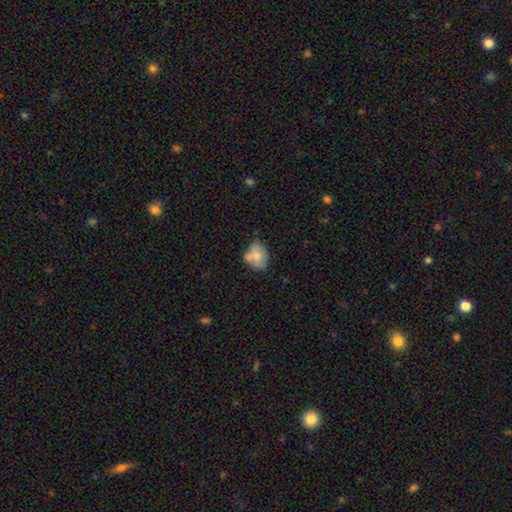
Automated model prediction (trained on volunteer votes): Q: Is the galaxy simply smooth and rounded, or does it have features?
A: smooth — 71%.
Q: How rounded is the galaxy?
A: in between — 62%.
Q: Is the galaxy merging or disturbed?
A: none — 45%.